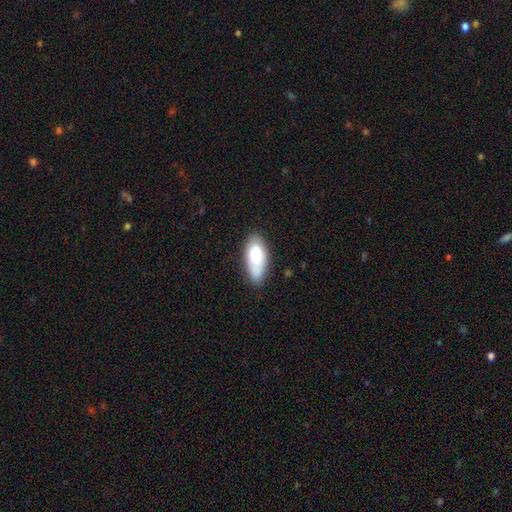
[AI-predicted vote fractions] Q: Smooth or featured?
A: smooth (79%); runner-up: featured or disk (14%)
Q: How rounded?
A: in between (85%); runner-up: cigar-shaped (13%)
Q: Merging?
A: none (71%); runner-up: minor disturbance (22%)